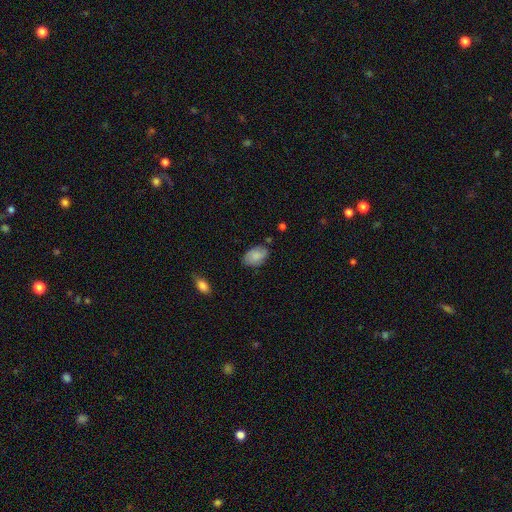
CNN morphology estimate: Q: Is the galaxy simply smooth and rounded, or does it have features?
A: smooth — 76%.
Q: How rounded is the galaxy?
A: in between — 91%.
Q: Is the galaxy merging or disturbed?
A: none — 73%.